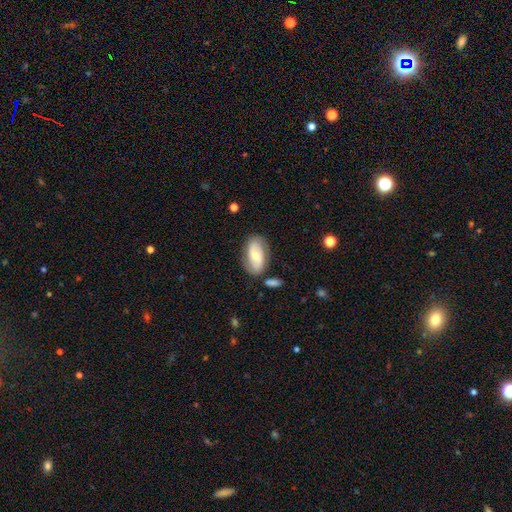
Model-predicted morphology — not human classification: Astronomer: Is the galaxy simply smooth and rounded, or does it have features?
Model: featured or disk — 52% (runner-up: smooth, 42%).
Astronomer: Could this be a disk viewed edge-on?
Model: no — 93%.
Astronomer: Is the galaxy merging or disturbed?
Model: none — 75%.